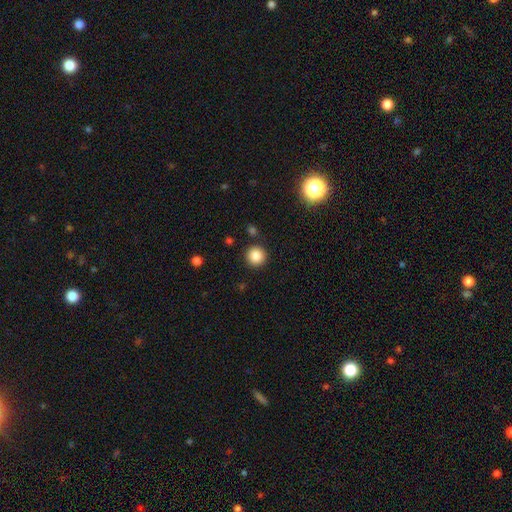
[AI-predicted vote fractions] Q: Smooth or featured?
A: smooth (85%); runner-up: star or artifact (10%)
Q: How rounded?
A: round (95%); runner-up: in between (4%)
Q: Merging?
A: none (90%); runner-up: minor disturbance (6%)